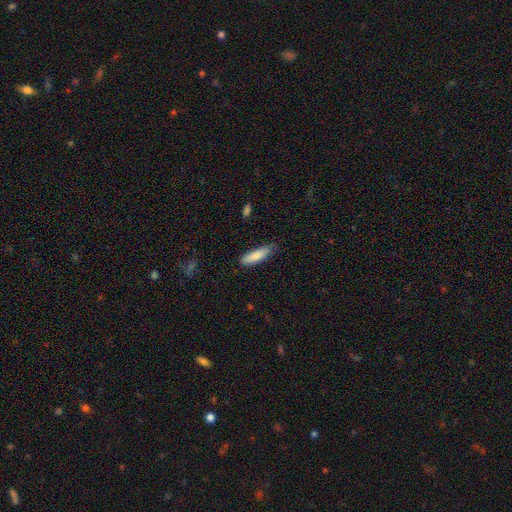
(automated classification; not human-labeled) Q: Smooth or featured?
A: smooth (82%); runner-up: featured or disk (12%)
Q: How rounded?
A: cigar-shaped (57%); runner-up: in between (42%)
Q: Merging?
A: none (69%); runner-up: minor disturbance (25%)